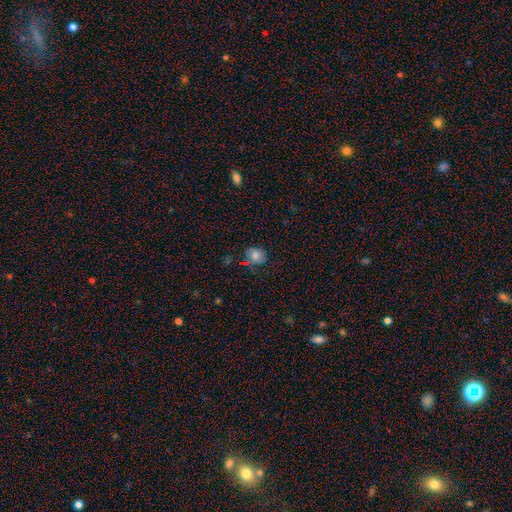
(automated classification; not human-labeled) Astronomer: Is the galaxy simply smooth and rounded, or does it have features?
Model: smooth — 78%.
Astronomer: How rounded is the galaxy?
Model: round — 69%.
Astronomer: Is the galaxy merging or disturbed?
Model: none — 74%.